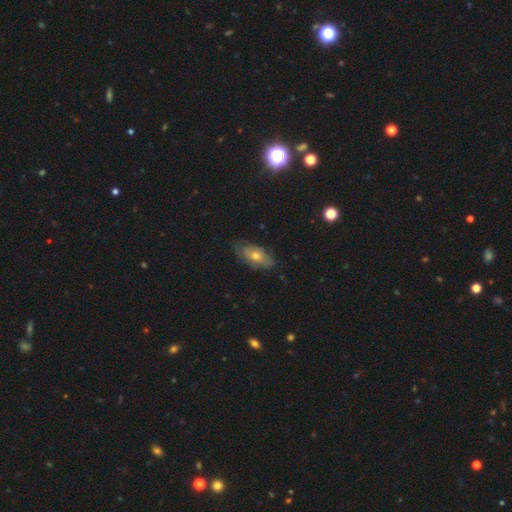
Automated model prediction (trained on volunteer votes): smooth 45% (tied), featured or disk 45% (tied), star or artifact 10%. Down the decision tree: merging — none (74%).